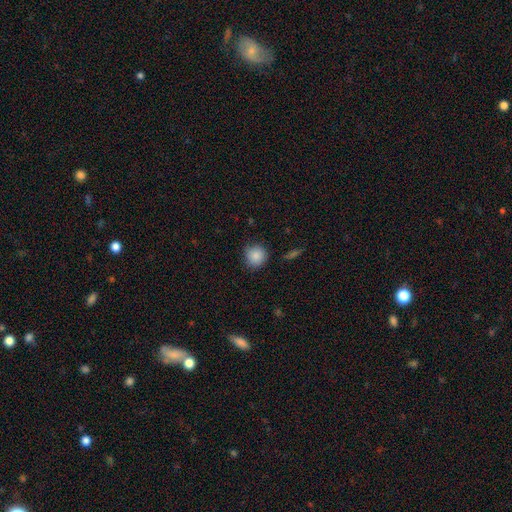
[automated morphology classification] Smooth or featured: smooth — 86% (star or artifact — 9%)
How rounded: round — 91% (in between — 8%)
Merging: none — 81% (minor disturbance — 14%)